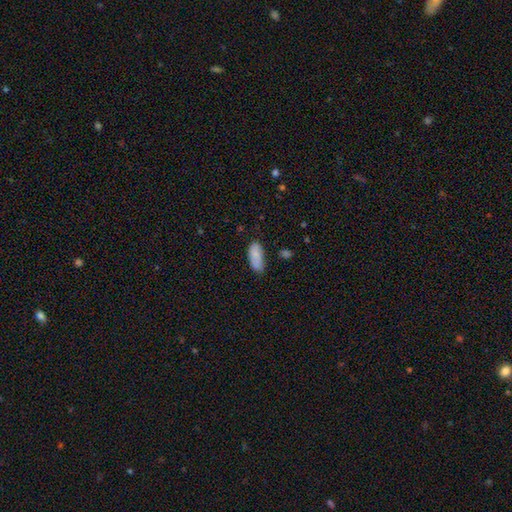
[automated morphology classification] The model was most divided on "merging": none: 68%, minor disturbance: 24%, major disturbance: 5%, merger: 3%. More confident: how rounded — in between (87%); smooth or featured — smooth (83%).